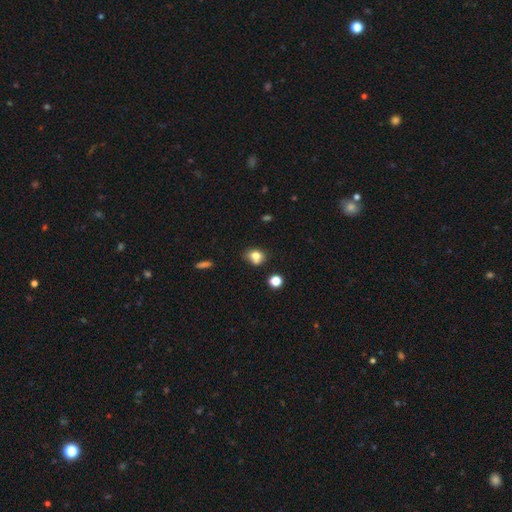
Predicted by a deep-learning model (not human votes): This is likely a smooth galaxy (75%). How rounded: possibly round (53%). Merging: possibly none (52%).